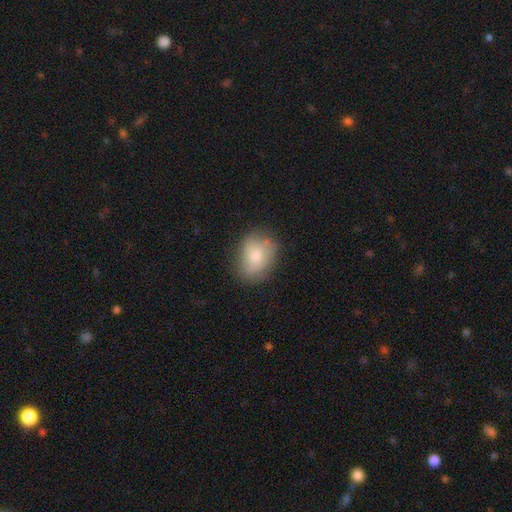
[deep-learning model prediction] Smooth or featured: smooth — 69% (featured or disk — 24%)
How rounded: in between — 65% (round — 34%)
Merging: none — 66% (minor disturbance — 24%)